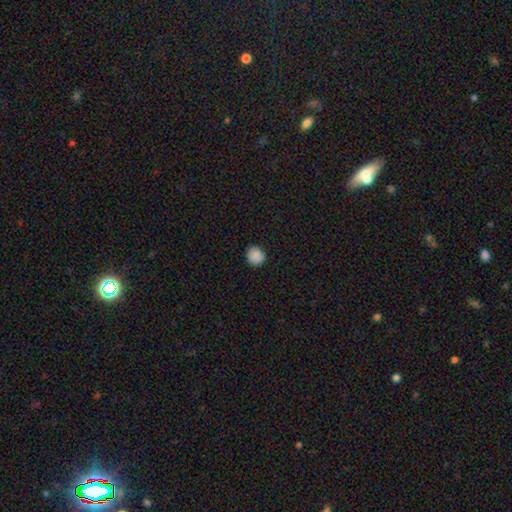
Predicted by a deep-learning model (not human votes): This is clearly a smooth galaxy (88%). How rounded: clearly round (87%). Merging: clearly none (88%).